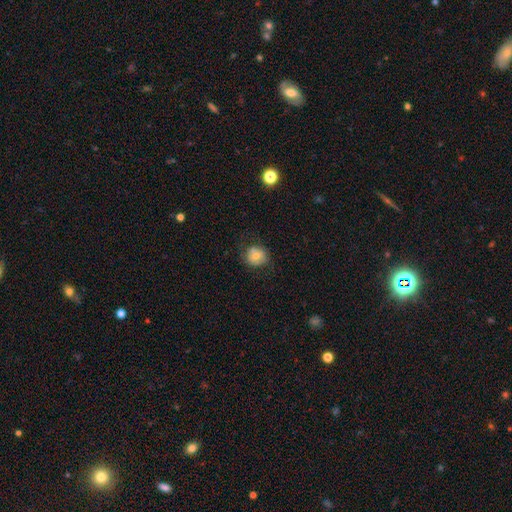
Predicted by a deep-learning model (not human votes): Q: Smooth or featured?
A: smooth (63%); runner-up: featured or disk (28%)
Q: How rounded?
A: round (81%); runner-up: in between (18%)
Q: Merging?
A: none (69%); runner-up: minor disturbance (19%)